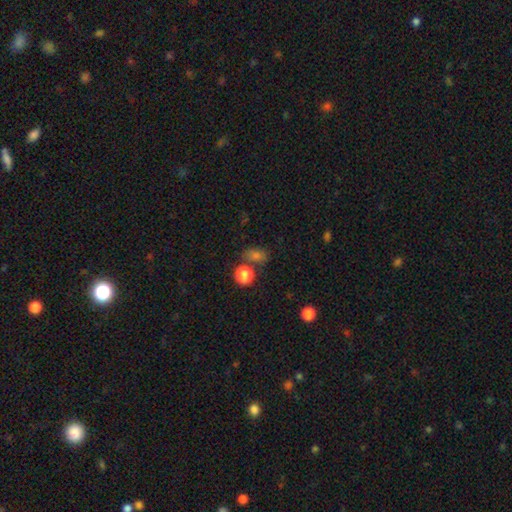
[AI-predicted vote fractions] A smooth galaxy with no disk features (68%) that is in between round and cigar-shaped (62%).

Vote fractions:
- Smooth or featured? smooth: 68% / star or artifact: 23% / featured or disk: 8%
- How rounded? in between: 62% / round: 36% / cigar-shaped: 2%
- Merging? none: 66% / minor disturbance: 14% / merger: 14% / major disturbance: 6%